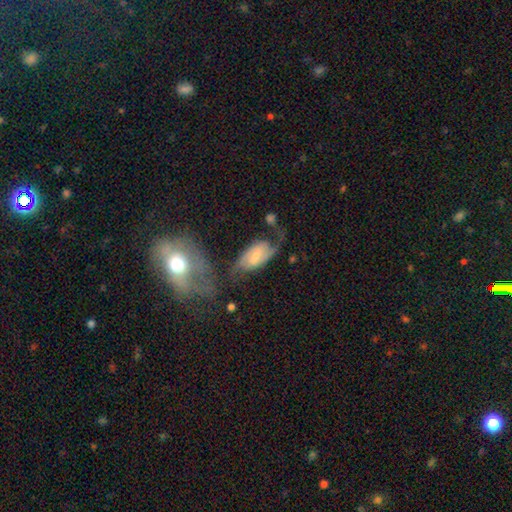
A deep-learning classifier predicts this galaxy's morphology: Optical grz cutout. It shows a featured or disk galaxy (69%) with a weak bar (47%), 2 (82%) medium (40%) spiral arms (92%) and a small central bulge (54%). Merging: none (45%).